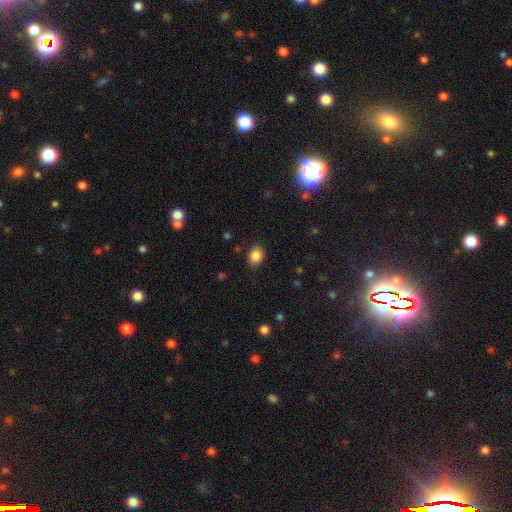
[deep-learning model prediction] smooth_or_featured: smooth (p=0.87) [alt: star or artifact p=0.09]
how_rounded: in between (p=0.61) [alt: round p=0.38]
merging: none (p=0.86) [alt: minor disturbance p=0.10]